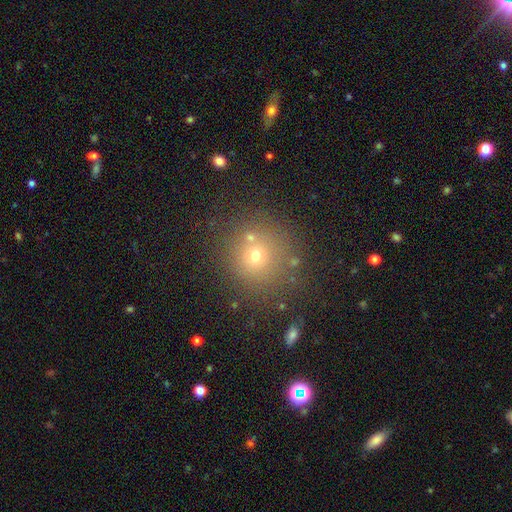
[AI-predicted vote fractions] smooth-or-featured: smooth: 65% | star or artifact: 22% | featured or disk: 13%
  how-rounded: round: 91% | in between: 8% | cigar-shaped: 1%
  merging: none: 77% | minor disturbance: 10% | merger: 8% | major disturbance: 5%